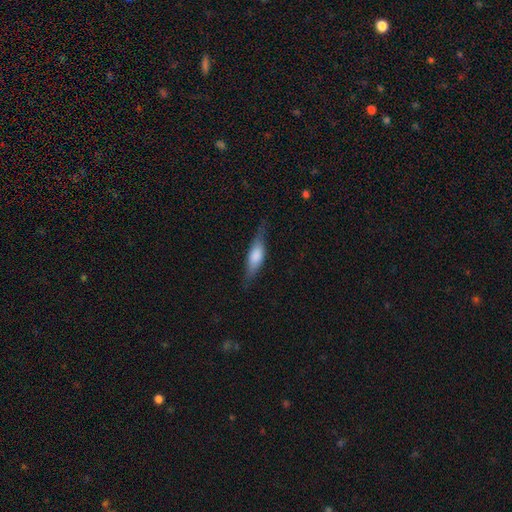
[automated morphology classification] A smooth galaxy with no disk features (54%) that is cigar-shaped (58%). Merging: none (76%).